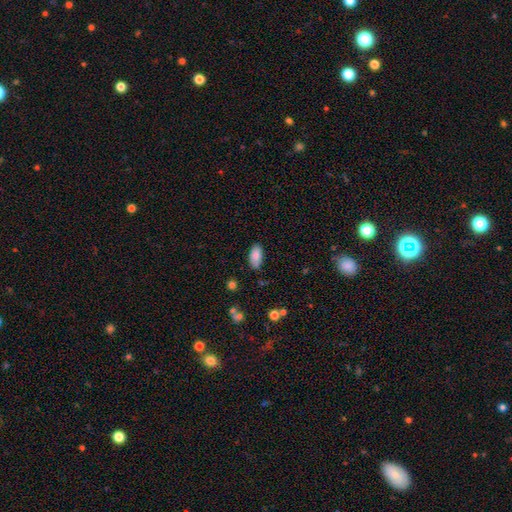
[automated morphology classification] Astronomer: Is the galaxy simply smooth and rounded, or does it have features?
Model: smooth — 86%.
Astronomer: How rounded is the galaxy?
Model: in between — 92%.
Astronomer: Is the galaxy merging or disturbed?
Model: none — 83%.